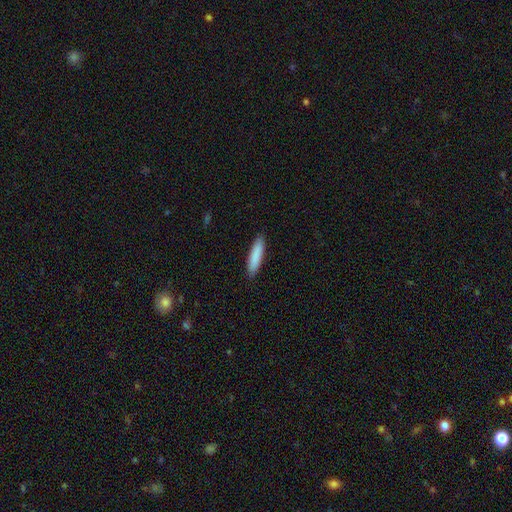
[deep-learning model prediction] Smooth or featured?
  - smooth: 88% *
  - featured or disk: 7%
  - star or artifact: 5%
How rounded?
  - cigar-shaped: 79% *
  - in between: 20%
  - round: 1%
Merging?
  - none: 90% *
  - minor disturbance: 8%
  - major disturbance: 2%
  - merger: 1%